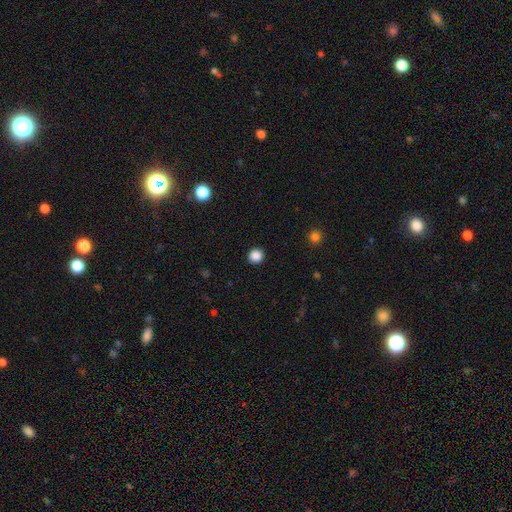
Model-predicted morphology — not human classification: smooth 87%, star or artifact 11%, featured or disk 2%. Down the decision tree: how rounded — round (93%); merging — none (93%).